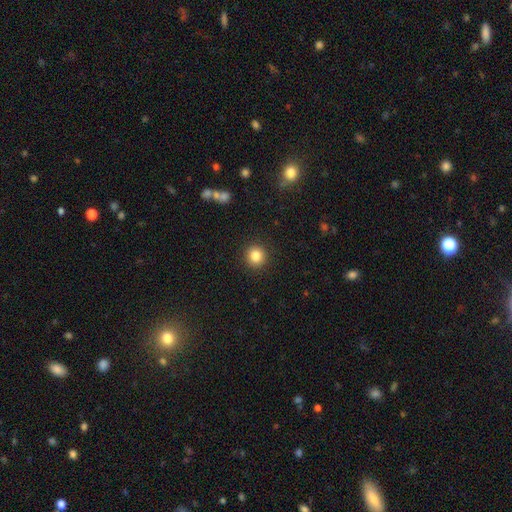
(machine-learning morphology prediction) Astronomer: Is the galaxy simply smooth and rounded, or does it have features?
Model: smooth — 84%.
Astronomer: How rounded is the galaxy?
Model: round — 93%.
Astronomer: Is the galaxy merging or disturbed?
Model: none — 92%.